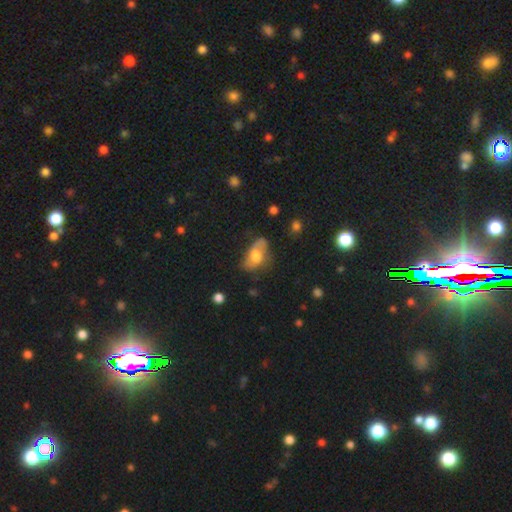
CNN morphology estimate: Overall: smooth (50%; featured or disk 41%). Merging: none (44%; minor disturbance 31%).